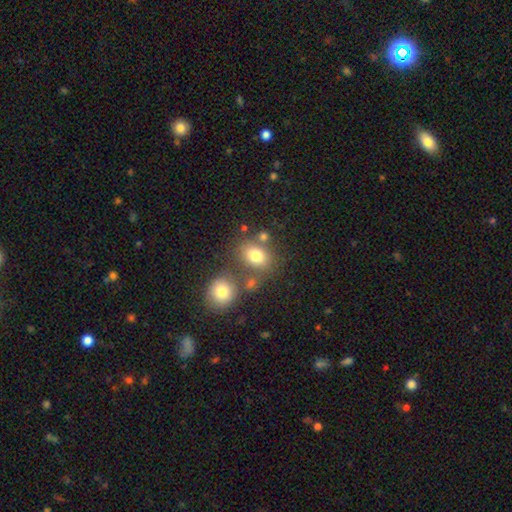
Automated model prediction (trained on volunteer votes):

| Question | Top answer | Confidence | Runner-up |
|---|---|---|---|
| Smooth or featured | smooth | 77% | star or artifact (13%) |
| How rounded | in between | 56% | round (43%) |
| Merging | none | 62% | merger (20%) |